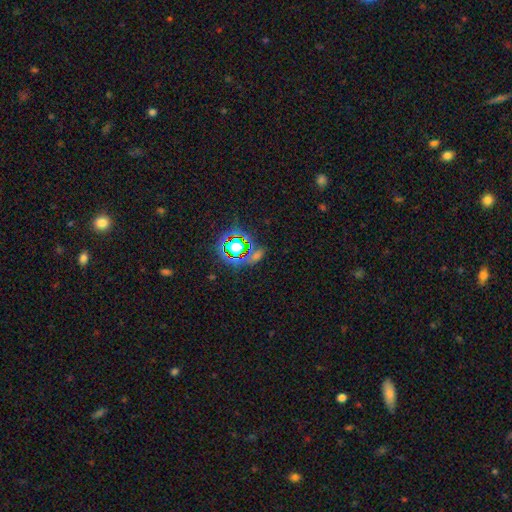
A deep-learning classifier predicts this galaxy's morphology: A star or artifact, not a galaxy (59%).